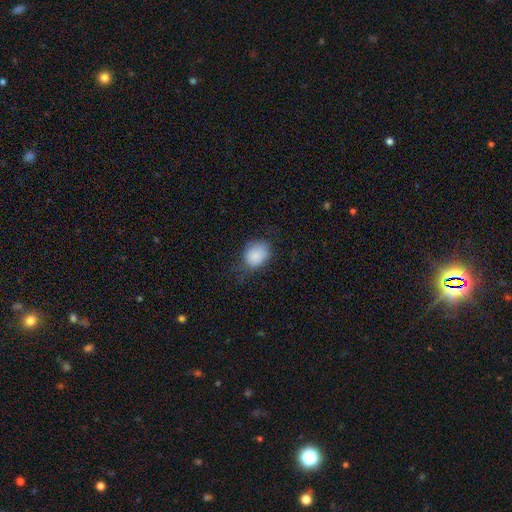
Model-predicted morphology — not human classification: This is clearly a smooth galaxy (84%). How rounded: possibly round (53%). Merging: possibly none (54%).